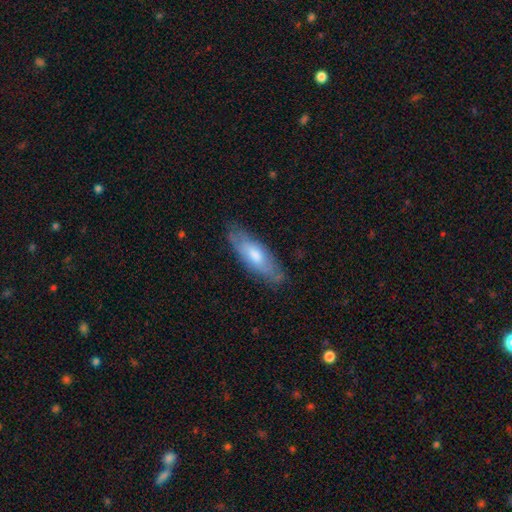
smooth_or_featured: smooth (p=0.62) [alt: featured or disk p=0.28]
how_rounded: in between (p=0.72) [alt: cigar-shaped p=0.24]
merging: none (p=0.64) [alt: minor disturbance p=0.19]